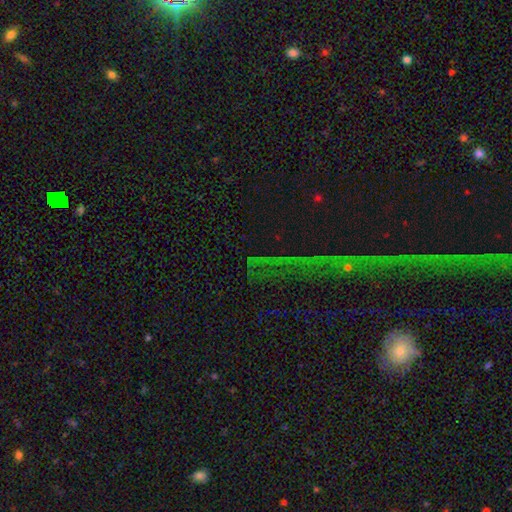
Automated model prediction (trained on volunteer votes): Smooth or featured: star or artifact — 76% (smooth — 12%)